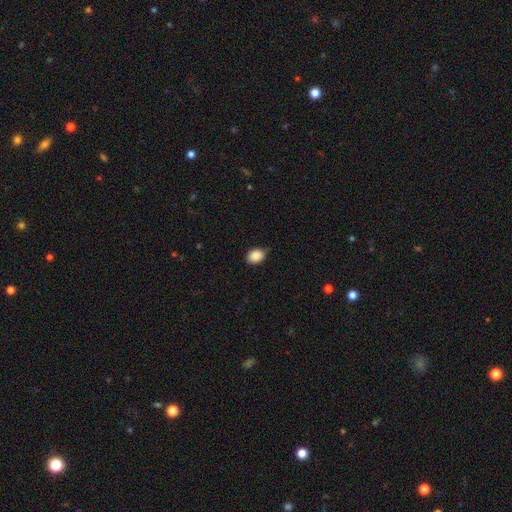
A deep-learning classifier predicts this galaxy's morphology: Smooth or featured? smooth (88%)
How rounded? in between (54%)
Merging? none (77%)